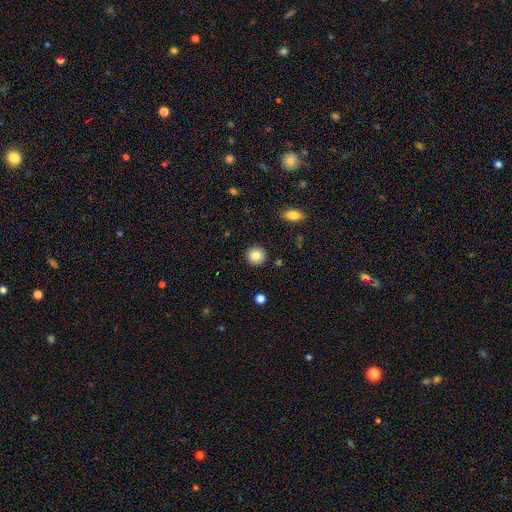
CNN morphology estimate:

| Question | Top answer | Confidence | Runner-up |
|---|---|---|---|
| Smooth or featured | smooth | 84% | star or artifact (9%) |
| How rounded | round | 93% | in between (6%) |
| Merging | none | 92% | minor disturbance (5%) |